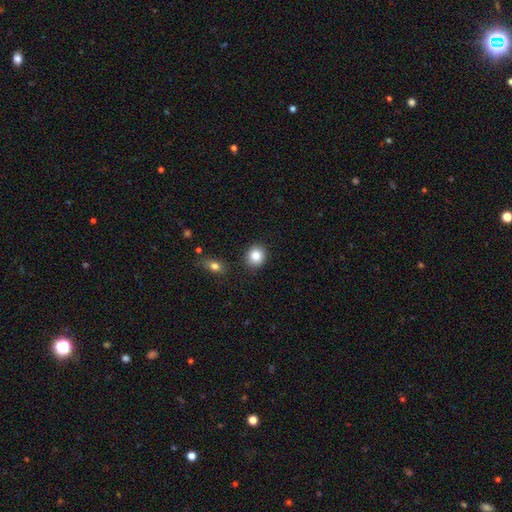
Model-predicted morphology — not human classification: A smooth galaxy with no disk features (85%) that is round (76%).

Vote fractions:
- Smooth or featured? smooth: 85% / star or artifact: 9% / featured or disk: 6%
- How rounded? round: 76% / in between: 23% / cigar-shaped: 1%
- Merging? none: 87% / minor disturbance: 8% / merger: 3% / major disturbance: 2%